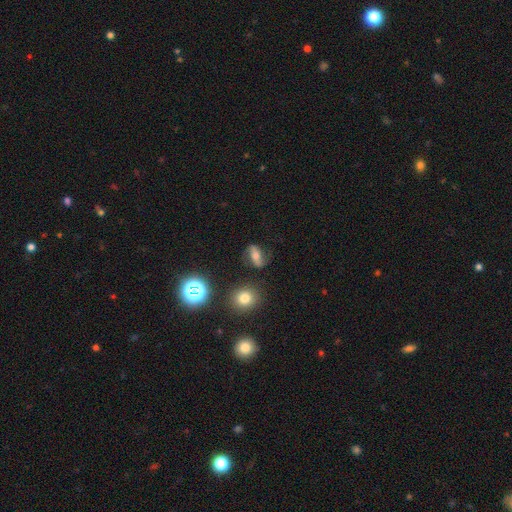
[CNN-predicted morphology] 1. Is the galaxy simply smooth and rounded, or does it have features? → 56% featured or disk, 28% smooth, 16% star or artifact.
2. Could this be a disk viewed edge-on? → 90% no, 10% yes.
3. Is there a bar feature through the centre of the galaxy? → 41% strong, 30% no, 28% weak.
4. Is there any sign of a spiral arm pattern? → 82% yes, 18% no.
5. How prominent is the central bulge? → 57% moderate, 27% small, 10% large, 4% none, 3% dominant.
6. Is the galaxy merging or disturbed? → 75% none, 15% minor disturbance, 7% major disturbance, 3% merger.